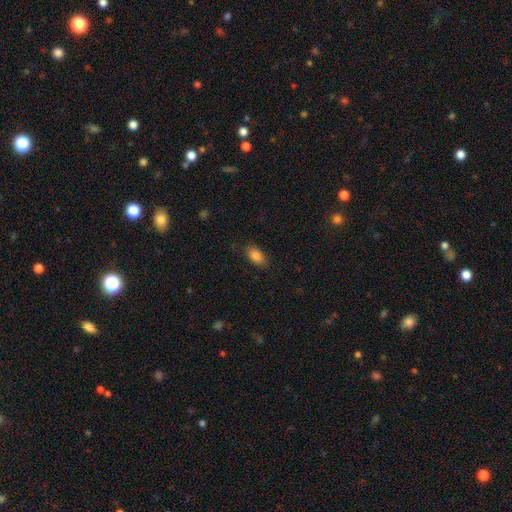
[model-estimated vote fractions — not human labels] This is clearly a smooth galaxy (86%). How rounded: clearly in between (91%). Merging: clearly none (83%).